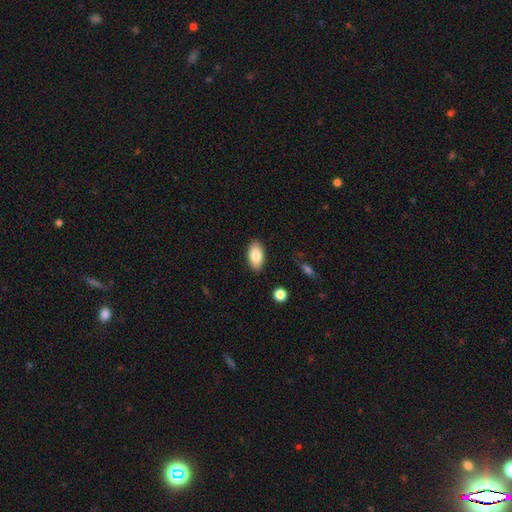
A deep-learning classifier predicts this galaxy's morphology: smooth_or_featured: smooth (p=0.82) [alt: featured or disk p=0.11]
how_rounded: in between (p=0.93) [alt: cigar-shaped p=0.04]
merging: none (p=0.88) [alt: minor disturbance p=0.09]